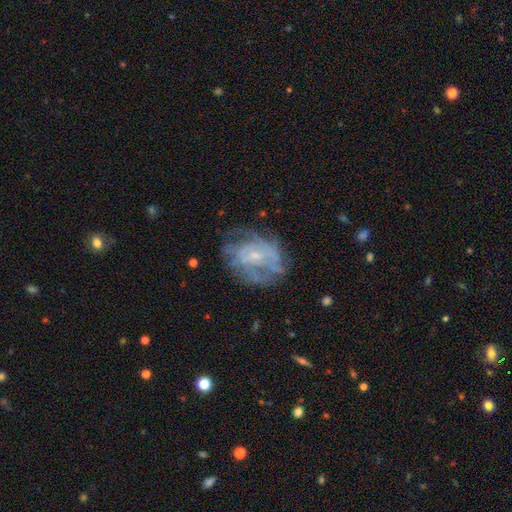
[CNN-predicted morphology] Smooth or featured? Predicted: featured or disk (p=0.73). Edge-on disk? Predicted: no (p=0.97). Bar? Predicted: no (p=0.67). Spiral arms? Predicted: yes (p=0.68). Bulge size? Predicted: small (p=0.74). Merging? Predicted: none (p=0.56).